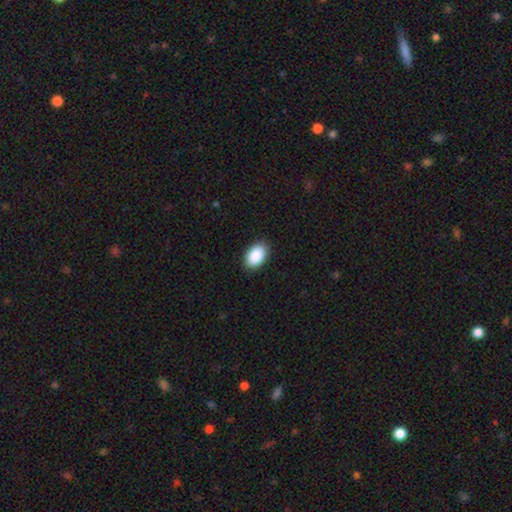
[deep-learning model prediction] Overall: smooth (90%). How rounded: in between (92%). Merging: none (89%).